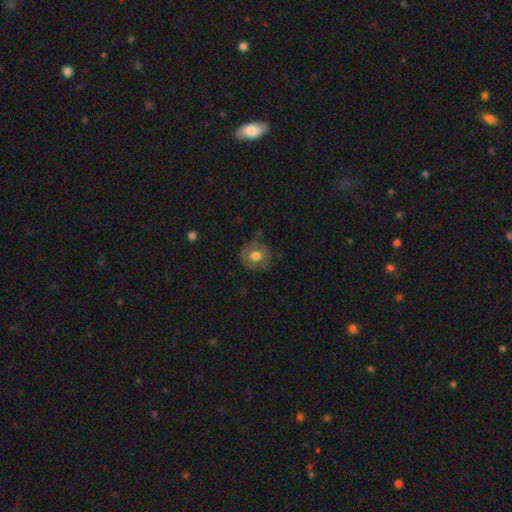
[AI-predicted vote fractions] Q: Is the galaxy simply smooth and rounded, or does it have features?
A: smooth — 61%.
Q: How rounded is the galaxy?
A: round — 84%.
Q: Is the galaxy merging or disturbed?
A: none — 76%.